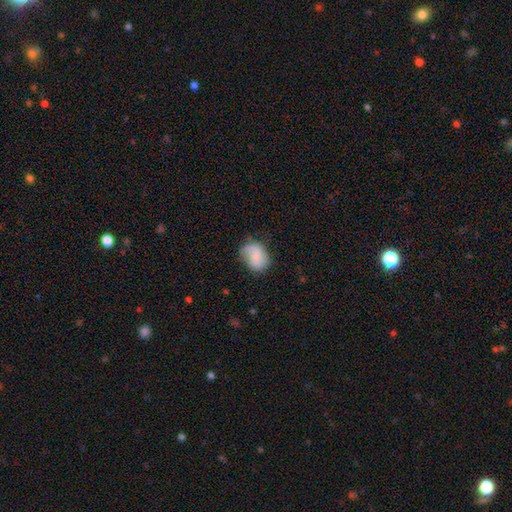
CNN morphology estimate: A smooth galaxy with no disk features (66%) that is in between round and cigar-shaped (64%). Merging: none (62%).